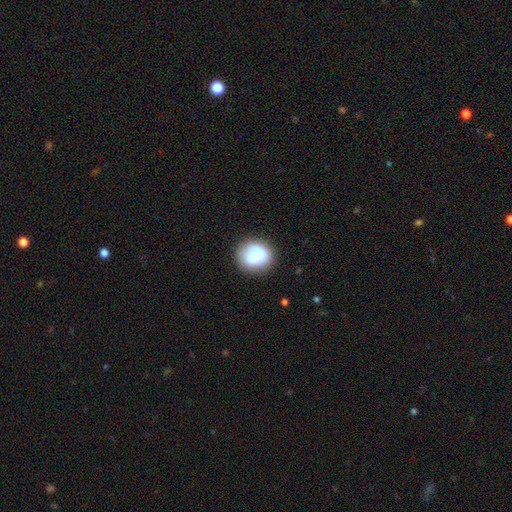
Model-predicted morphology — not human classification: smooth_or_featured: smooth (p=0.65) [alt: featured or disk p=0.27]
how_rounded: round (p=0.73) [alt: in between p=0.25]
merging: none (p=0.70) [alt: minor disturbance p=0.17]